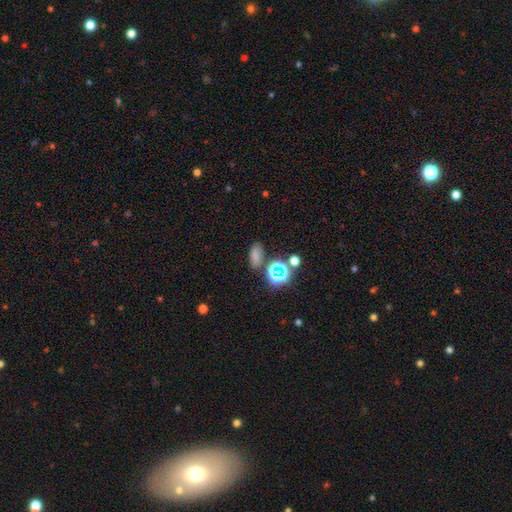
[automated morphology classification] smooth_or_featured: smooth (p=0.67) [alt: star or artifact p=0.25]
how_rounded: in between (p=0.81) [alt: round p=0.14]
merging: none (p=0.74) [alt: minor disturbance p=0.13]